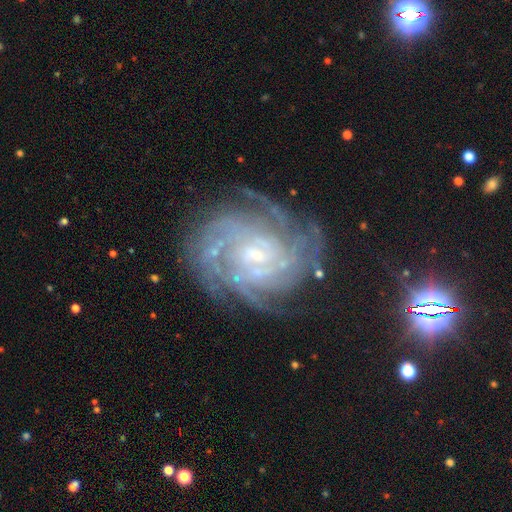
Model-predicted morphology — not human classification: smooth-or-featured: featured or disk: 87% | star or artifact: 8% | smooth: 5%
  disk-edge-on: no: 98% | yes: 2%
    bar: no: 45% | weak: 44% | strong: 12%
    has-spiral-arms: yes: 97% | no: 3%
      spiral-winding: tight: 73% | medium: 23% | loose: 4%
      spiral-arm-count: can't tell: 26% | 4: 23% | more than 4: 20% | 3: 13% | 2: 10% | 1: 8%
    bulge-size: small: 63% | moderate: 26% | none: 7% | large: 3% | dominant: 1%
  merging: none: 75% | minor disturbance: 15% | major disturbance: 8% | merger: 2%